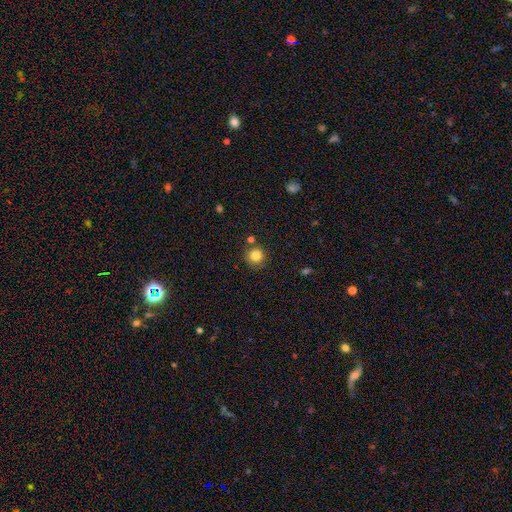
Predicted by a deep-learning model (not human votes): smooth 83%, star or artifact 11%, featured or disk 6%. Down the decision tree: how rounded — round (93%); merging — none (80%).